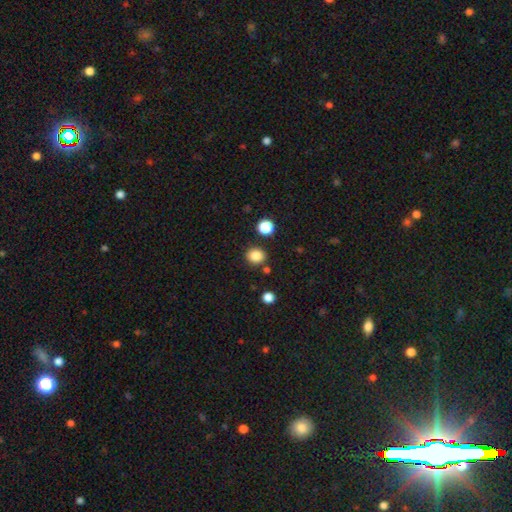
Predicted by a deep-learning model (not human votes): Smooth or featured? Predicted: smooth (p=0.85). How rounded? Predicted: round (p=0.79). Merging? Predicted: none (p=0.84).